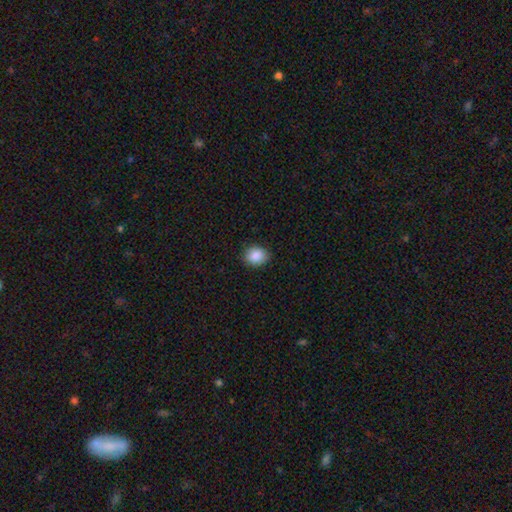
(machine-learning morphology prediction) Q: Smooth or featured?
A: smooth (89%); runner-up: star or artifact (8%)
Q: How rounded?
A: round (60%); runner-up: in between (39%)
Q: Merging?
A: none (88%); runner-up: minor disturbance (9%)